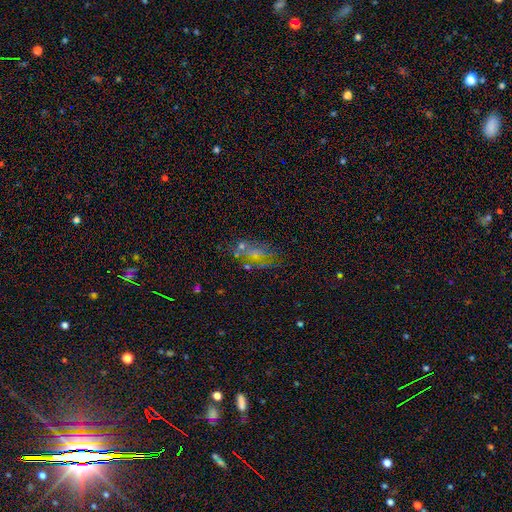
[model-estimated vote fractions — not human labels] Smooth or featured? smooth (42%)
Merging? none (54%)